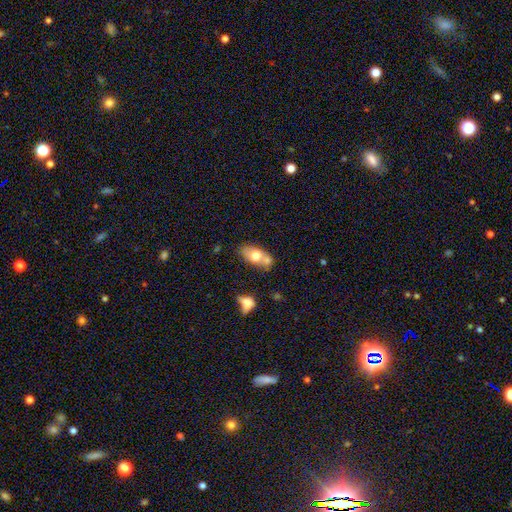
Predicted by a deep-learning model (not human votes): Smooth or featured? smooth (66%)
How rounded? in between (84%)
Merging? none (47%)